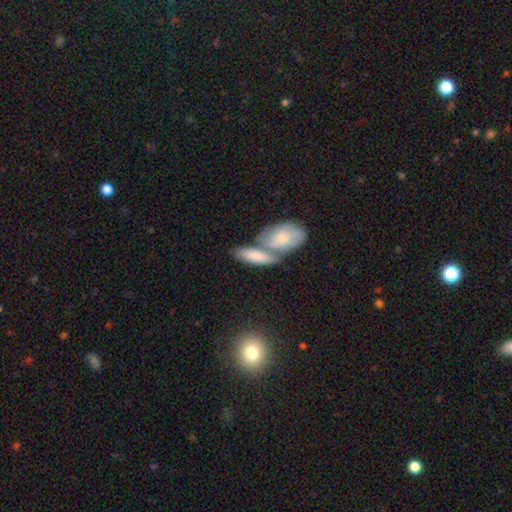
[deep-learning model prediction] A smooth galaxy with no disk features (72%) that is in between round and cigar-shaped (74%). Merging: merger (51%).